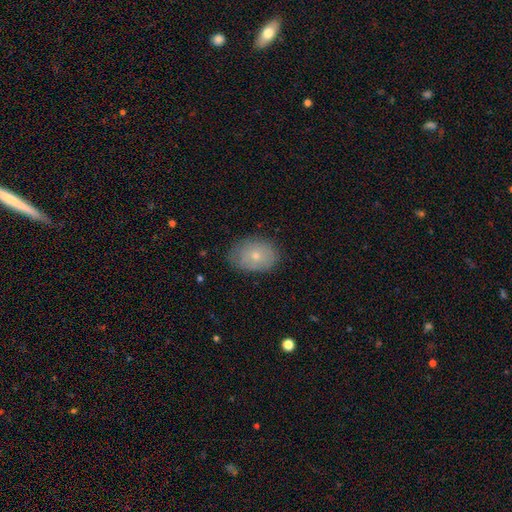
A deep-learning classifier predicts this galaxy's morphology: Smooth or featured: smooth — 69% (featured or disk — 24%)
How rounded: in between — 74% (round — 25%)
Merging: none — 75% (minor disturbance — 20%)